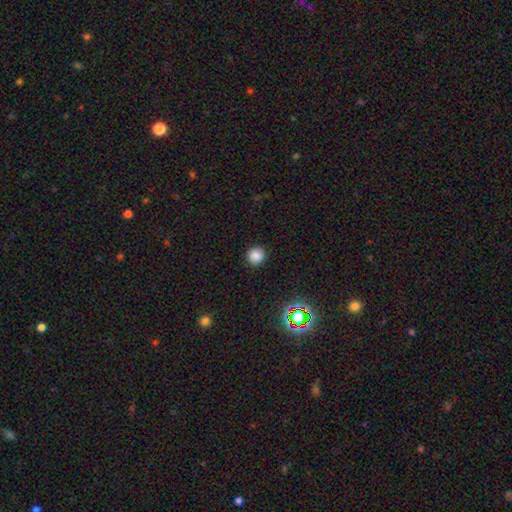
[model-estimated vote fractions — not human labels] This appears to be a smooth galaxy with no disk features (82%) that is round (93%). Merging: none (91%).